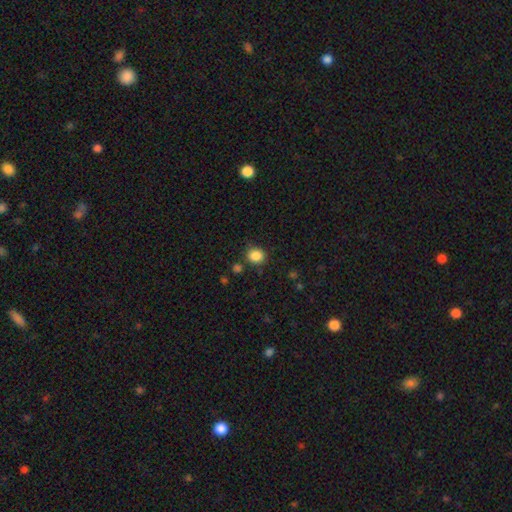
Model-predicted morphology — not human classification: smooth_or_featured: smooth (p=0.86) [alt: star or artifact p=0.11]
how_rounded: round (p=0.72) [alt: in between p=0.27]
merging: none (p=0.80) [alt: minor disturbance p=0.12]